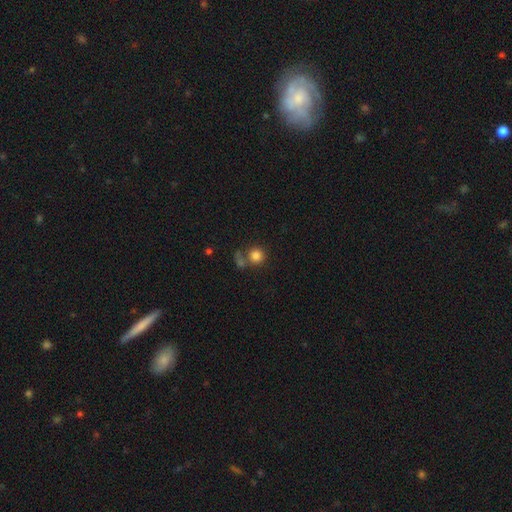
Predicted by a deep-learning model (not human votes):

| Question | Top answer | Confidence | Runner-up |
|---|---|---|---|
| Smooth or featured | smooth | 82% | star or artifact (11%) |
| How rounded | round | 91% | in between (8%) |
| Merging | none | 59% | merger (25%) |